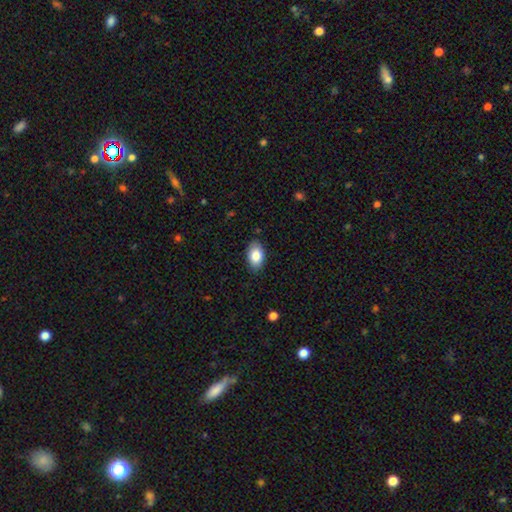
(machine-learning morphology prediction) Smooth or featured: smooth — 84% (featured or disk — 9%)
How rounded: in between — 92% (round — 7%)
Merging: none — 85% (minor disturbance — 11%)